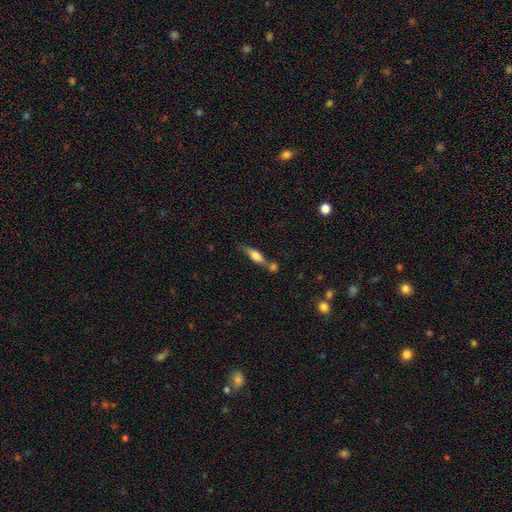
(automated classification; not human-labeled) Smooth or featured? smooth (63%)
How rounded? cigar-shaped (49%)
Merging? none (41%)